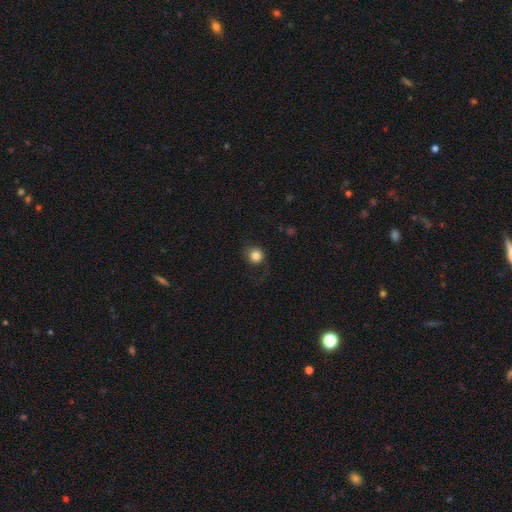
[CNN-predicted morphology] Overall: smooth (82%). How rounded: round (90%). Merging: none (74%).